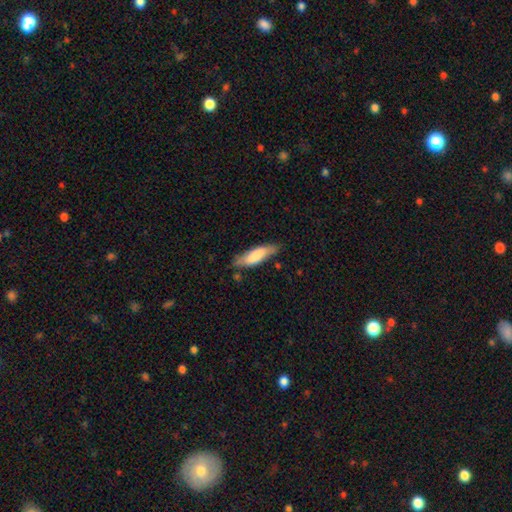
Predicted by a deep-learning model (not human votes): smooth 75%, featured or disk 20%, star or artifact 6%. Down the decision tree: how rounded — cigar-shaped (52%); merging — none (70%).